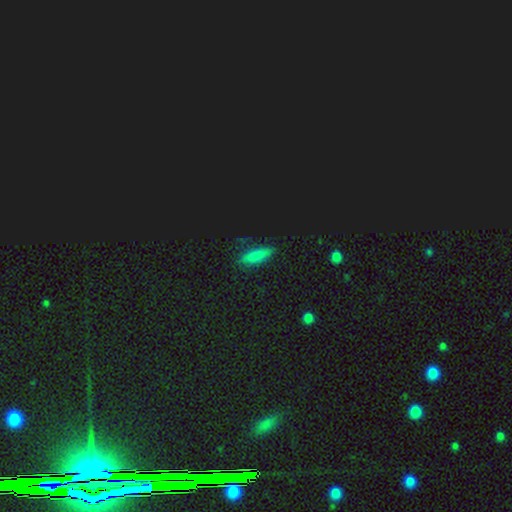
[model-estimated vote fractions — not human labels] This is likely a smooth galaxy (69%). How rounded: possibly in between (51%). Merging: clearly none (81%).